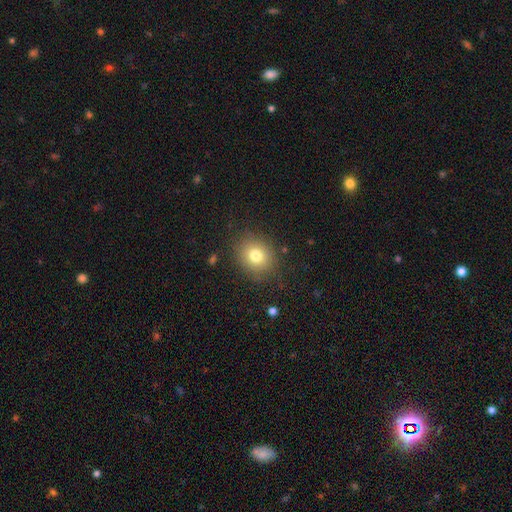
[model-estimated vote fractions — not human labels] Smooth or featured: smooth — 77% (star or artifact — 12%)
How rounded: round — 69% (in between — 30%)
Merging: none — 84% (minor disturbance — 11%)